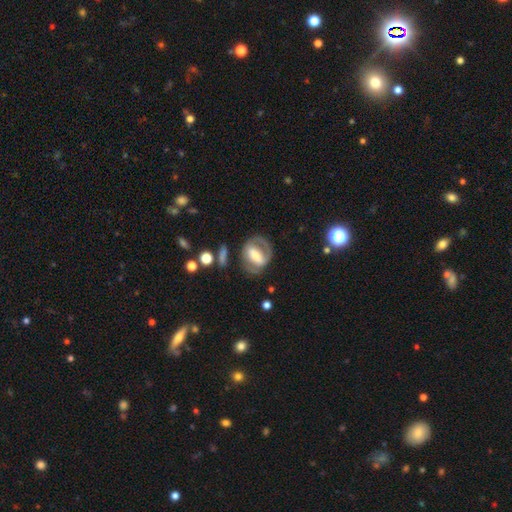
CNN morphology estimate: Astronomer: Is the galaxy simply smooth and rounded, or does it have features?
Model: featured or disk — 66%.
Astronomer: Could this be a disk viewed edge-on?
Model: no — 94%.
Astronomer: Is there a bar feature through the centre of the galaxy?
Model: strong — 50% (runner-up: weak, 29%).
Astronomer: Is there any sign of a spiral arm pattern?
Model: yes — 55% (runner-up: no, 45%).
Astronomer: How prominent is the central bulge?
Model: moderate — 53% (runner-up: small, 29%).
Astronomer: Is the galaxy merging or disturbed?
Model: none — 60%.